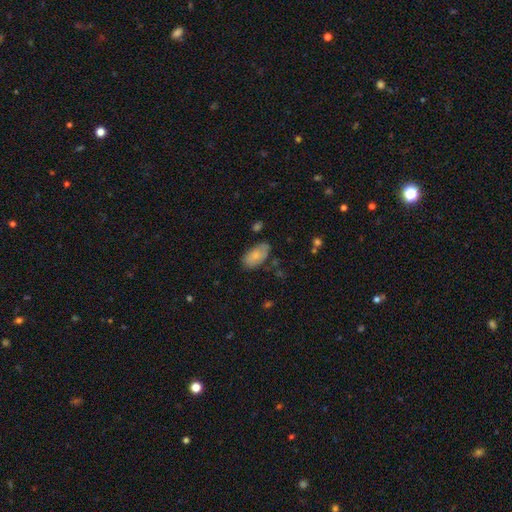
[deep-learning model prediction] smooth 77%, featured or disk 16%, star or artifact 7%. Down the decision tree: how rounded — in between (94%); merging — none (72%).